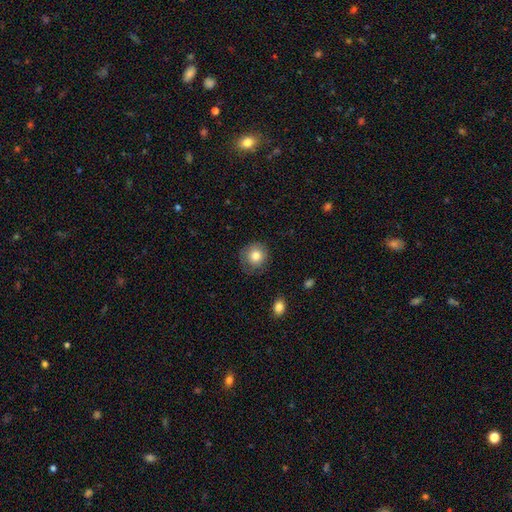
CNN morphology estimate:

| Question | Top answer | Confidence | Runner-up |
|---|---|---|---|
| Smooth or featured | smooth | 79% | featured or disk (12%) |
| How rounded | round | 88% | in between (11%) |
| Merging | none | 77% | minor disturbance (17%) |